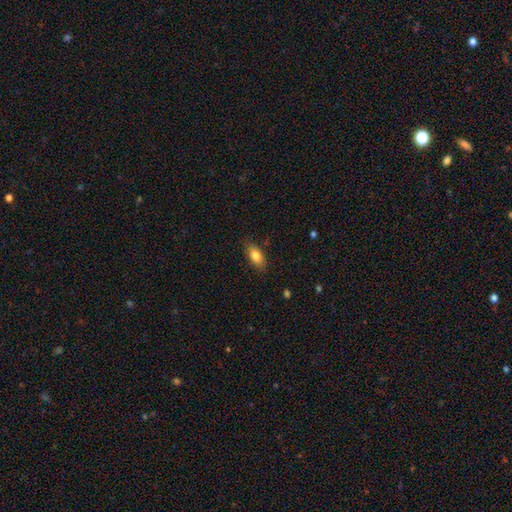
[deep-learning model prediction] smooth-or-featured: smooth: 82% | featured or disk: 10% | star or artifact: 7%
  how-rounded: in between: 88% | cigar-shaped: 8% | round: 4%
  merging: none: 84% | minor disturbance: 12% | major disturbance: 3% | merger: 1%